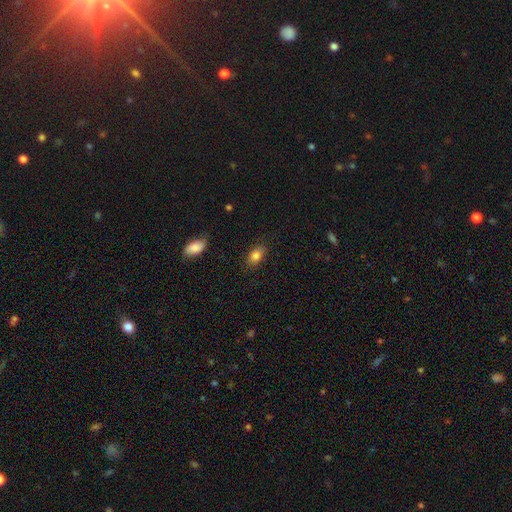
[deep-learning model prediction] Overall: smooth (83%). How rounded: in between (87%). Merging: none (81%).